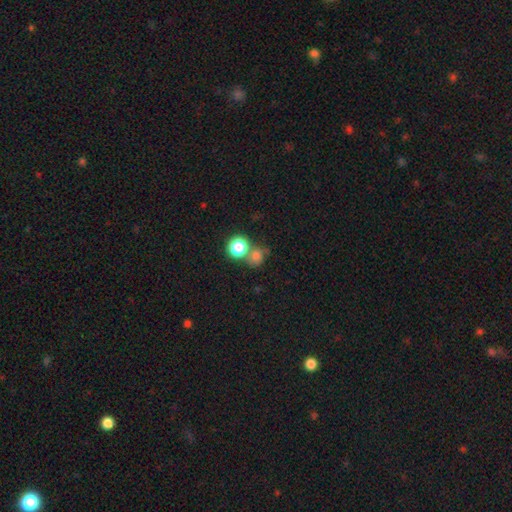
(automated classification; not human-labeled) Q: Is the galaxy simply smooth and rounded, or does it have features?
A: smooth — 73%.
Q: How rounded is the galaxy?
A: round — 82%.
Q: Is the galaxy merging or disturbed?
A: none — 50%.